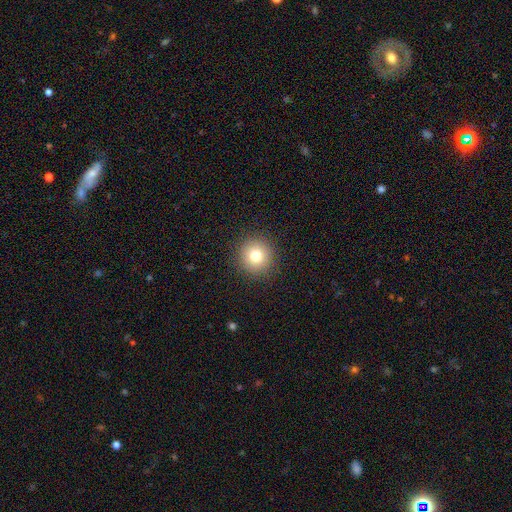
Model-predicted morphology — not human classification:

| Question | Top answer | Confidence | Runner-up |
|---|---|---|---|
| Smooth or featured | smooth | 77% | star or artifact (13%) |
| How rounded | round | 95% | in between (4%) |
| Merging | none | 92% | minor disturbance (5%) |